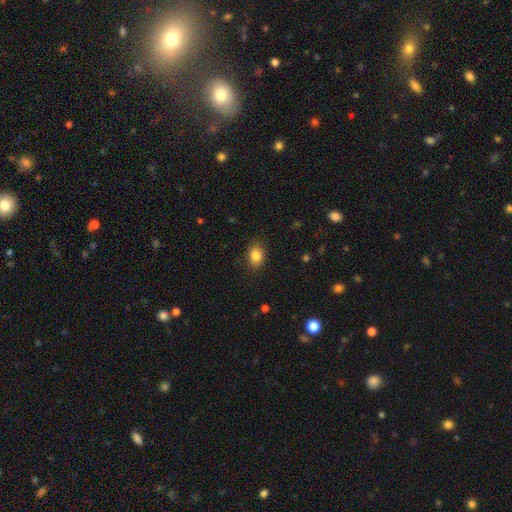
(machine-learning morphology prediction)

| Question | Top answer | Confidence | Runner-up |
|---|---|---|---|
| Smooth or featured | smooth | 85% | star or artifact (10%) |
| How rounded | in between | 63% | round (35%) |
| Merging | none | 84% | minor disturbance (12%) |